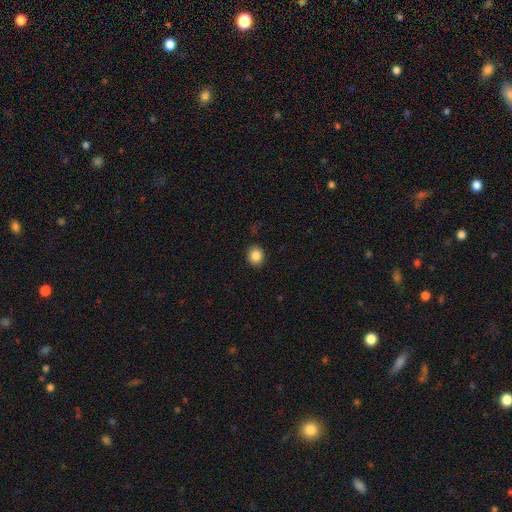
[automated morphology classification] Q: Smooth or featured?
A: smooth (86%); runner-up: star or artifact (10%)
Q: How rounded?
A: round (78%); runner-up: in between (21%)
Q: Merging?
A: none (91%); runner-up: minor disturbance (6%)